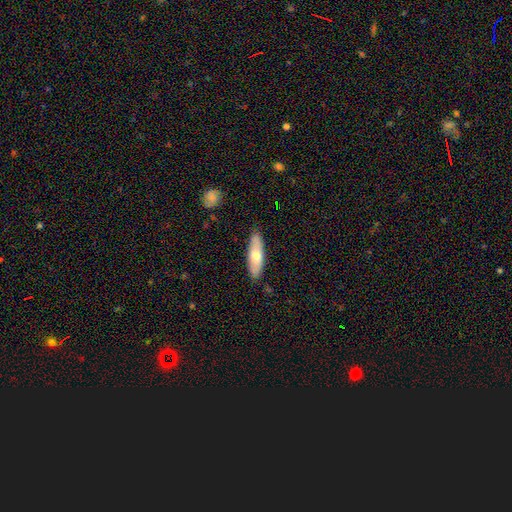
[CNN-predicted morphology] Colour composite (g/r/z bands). It shows a smooth galaxy with no disk features (63%) that is in between round and cigar-shaped (52%). Merging: none (87%).